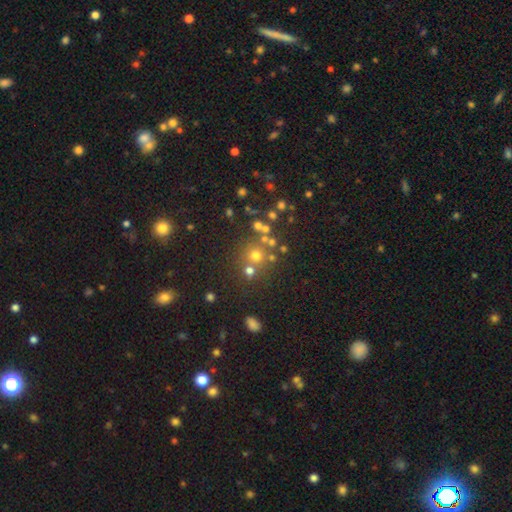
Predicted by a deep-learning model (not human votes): Smooth or featured? Predicted: smooth (p=0.58). How rounded? Predicted: round (p=0.88). Merging? Predicted: none (p=0.64).